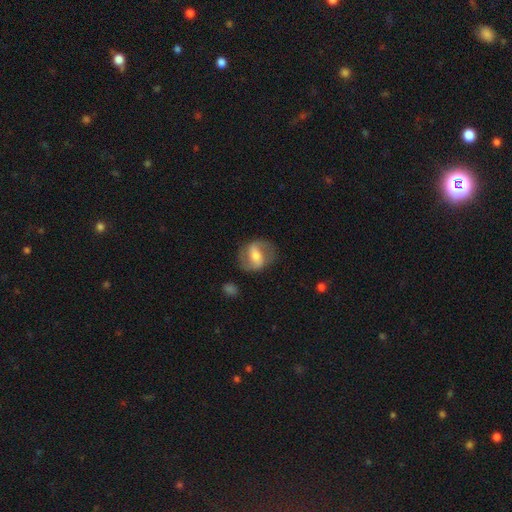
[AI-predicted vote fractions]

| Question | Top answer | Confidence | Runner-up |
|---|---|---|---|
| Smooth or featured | featured or disk | 70% | smooth (24%) |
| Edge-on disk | no | 96% | yes (4%) |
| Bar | strong | 46% | weak (37%) |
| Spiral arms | yes | 85% | no (15%) |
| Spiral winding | medium | 49% | loose (29%) |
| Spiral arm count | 2 | 89% | can't tell (6%) |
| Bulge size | moderate | 55% | small (32%) |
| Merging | none | 78% | minor disturbance (14%) |